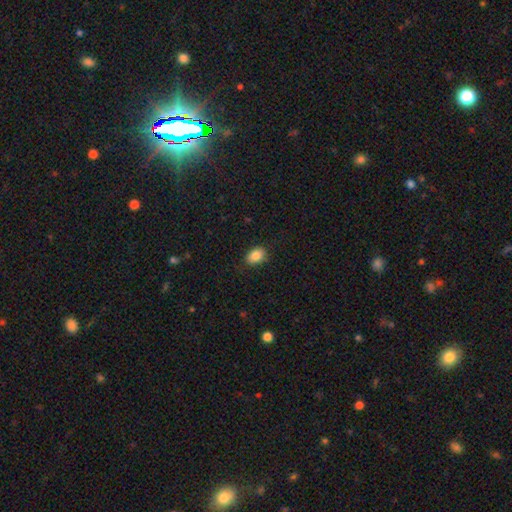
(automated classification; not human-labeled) smooth-or-featured: smooth: 86% | star or artifact: 8% | featured or disk: 5%
  how-rounded: in between: 80% | round: 18% | cigar-shaped: 1%
  merging: none: 84% | minor disturbance: 13% | major disturbance: 3% | merger: 1%